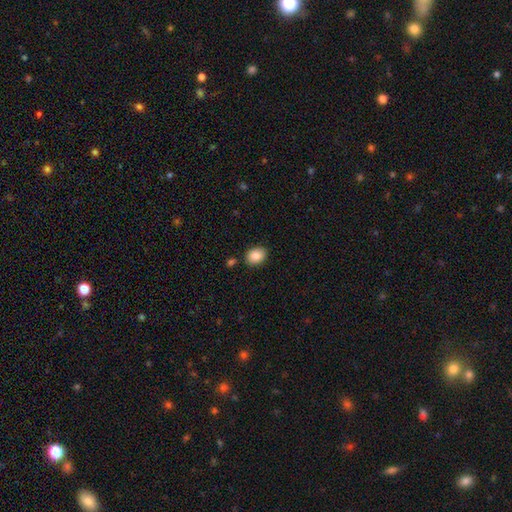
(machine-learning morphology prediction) This is clearly a smooth galaxy (87%). How rounded: likely in between (64%). Merging: clearly none (85%).